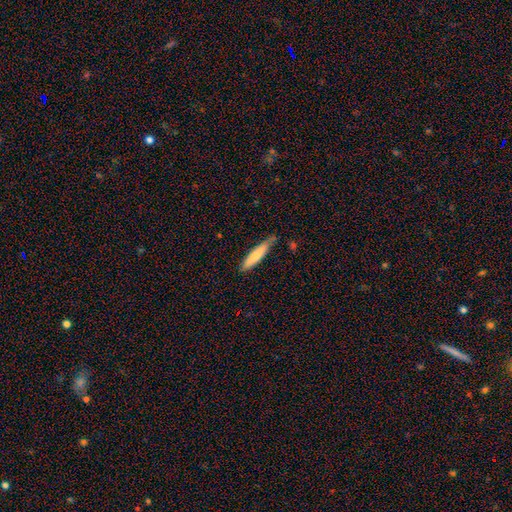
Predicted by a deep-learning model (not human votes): Smooth or featured? smooth (72%)
How rounded? cigar-shaped (84%)
Merging? none (68%)